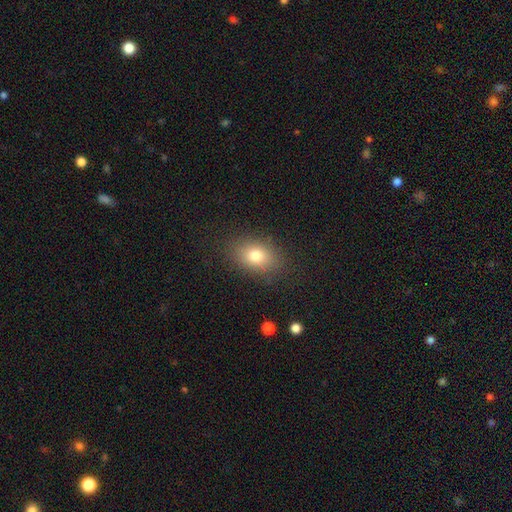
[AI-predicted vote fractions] smooth_or_featured: smooth (p=0.77) [alt: star or artifact p=0.12]
how_rounded: in between (p=0.73) [alt: round p=0.25]
merging: none (p=0.85) [alt: minor disturbance p=0.10]